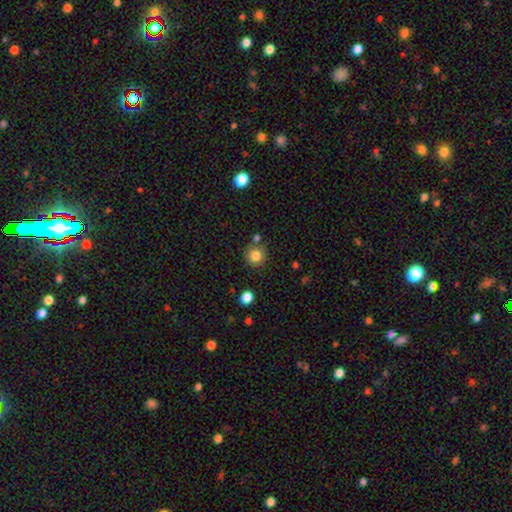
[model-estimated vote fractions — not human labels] A smooth galaxy with no disk features (83%) that is round (93%).

Vote fractions:
- Smooth or featured? smooth: 83% / star or artifact: 11% / featured or disk: 6%
- How rounded? round: 93% / in between: 6% / cigar-shaped: 1%
- Merging? none: 80% / minor disturbance: 9% / merger: 8% / major disturbance: 3%